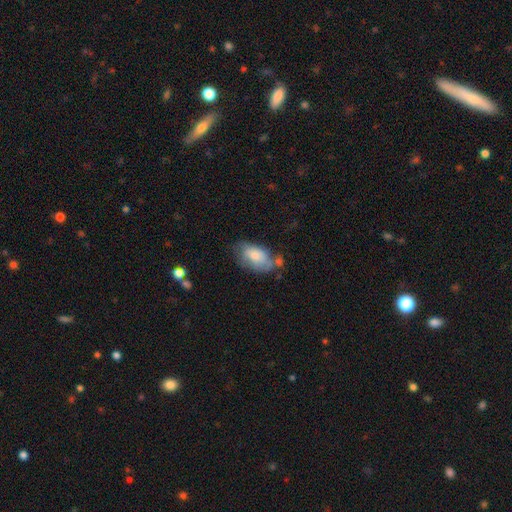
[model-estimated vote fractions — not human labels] This is likely a smooth galaxy (69%). How rounded: clearly in between (93%). Merging: marginally none (43%).